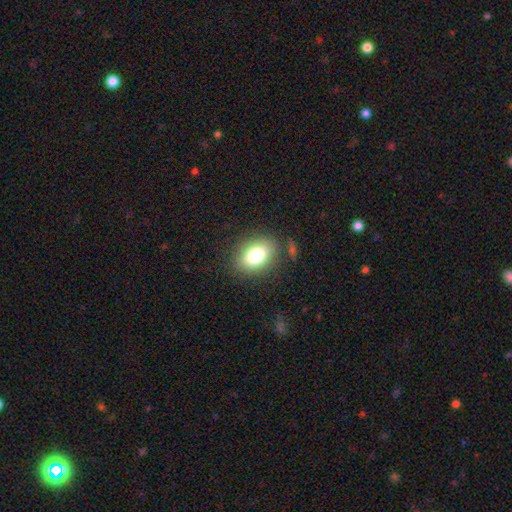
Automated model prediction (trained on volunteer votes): A smooth galaxy with no disk features (81%) that is in between round and cigar-shaped (81%). Merging: none (81%).